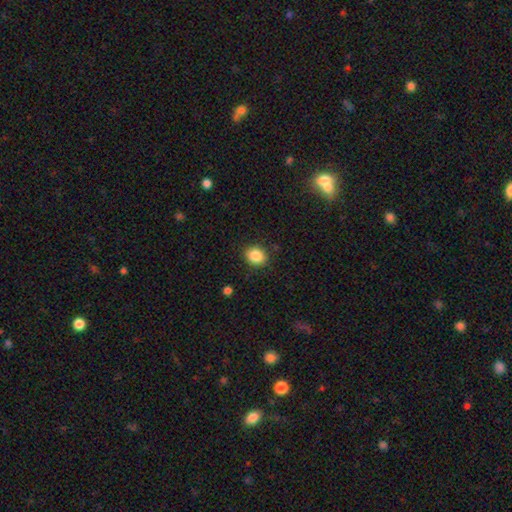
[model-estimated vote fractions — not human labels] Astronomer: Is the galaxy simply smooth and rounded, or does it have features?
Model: smooth — 86%.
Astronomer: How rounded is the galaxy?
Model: round — 65%.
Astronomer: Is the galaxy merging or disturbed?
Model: none — 87%.